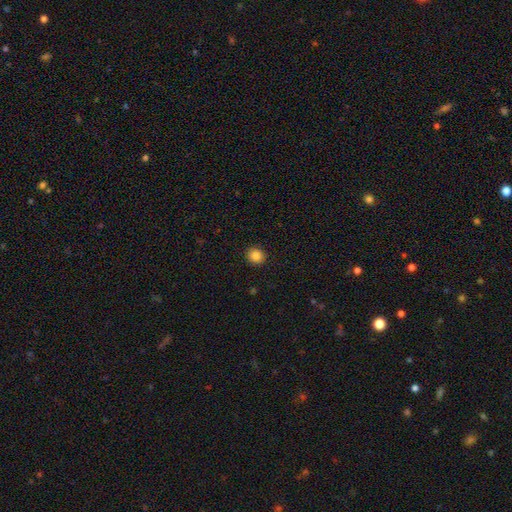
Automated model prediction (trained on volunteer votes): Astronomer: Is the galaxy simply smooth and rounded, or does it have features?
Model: smooth — 85%.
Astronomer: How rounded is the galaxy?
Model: round — 87%.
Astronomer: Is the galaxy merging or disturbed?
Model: none — 92%.